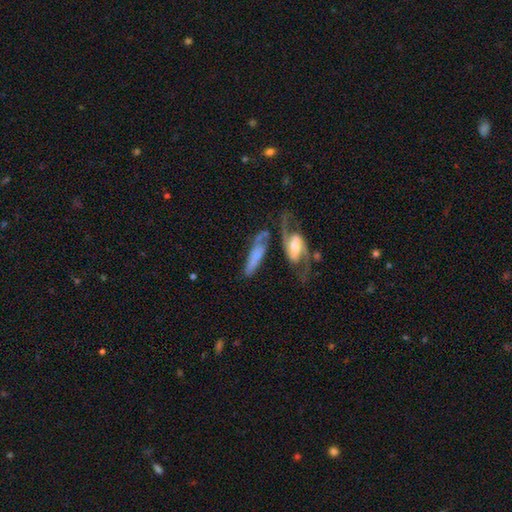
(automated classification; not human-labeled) Overall: featured or disk (57%; smooth 36%). Edge-on disk: no (69%; yes 31%). Merging: none (42%; merger 23%).